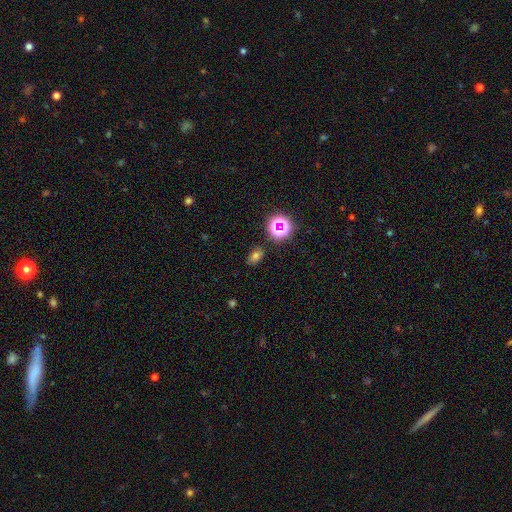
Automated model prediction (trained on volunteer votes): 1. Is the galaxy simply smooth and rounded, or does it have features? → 64% smooth, 26% star or artifact, 10% featured or disk.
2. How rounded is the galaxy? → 78% in between, 20% round, 2% cigar-shaped.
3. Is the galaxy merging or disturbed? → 79% none, 14% minor disturbance, 4% major disturbance, 3% merger.